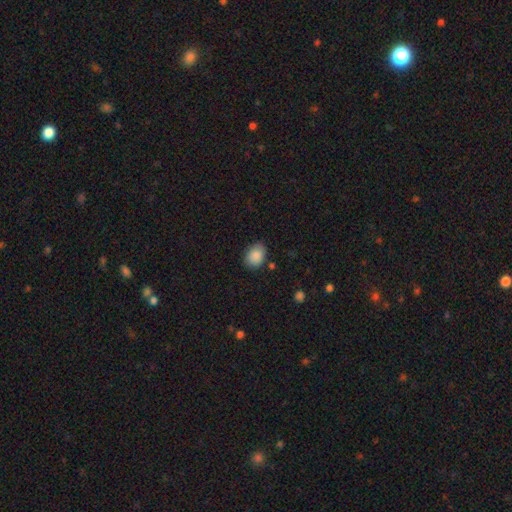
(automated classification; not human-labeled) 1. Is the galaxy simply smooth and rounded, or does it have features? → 88% smooth, 8% star or artifact, 5% featured or disk.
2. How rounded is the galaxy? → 70% in between, 29% round, 1% cigar-shaped.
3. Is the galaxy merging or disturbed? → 78% none, 16% minor disturbance, 3% major disturbance, 2% merger.